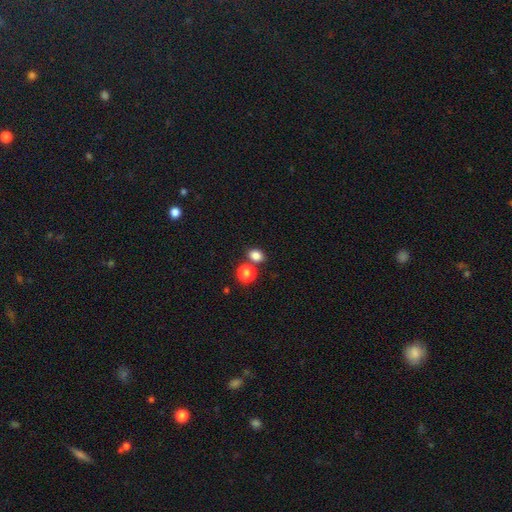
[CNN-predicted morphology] Overall: smooth (82%). How rounded: in between (51%; round 48%). Merging: none (67%).